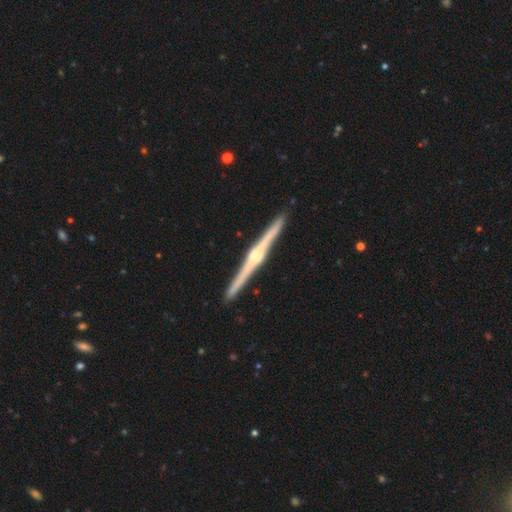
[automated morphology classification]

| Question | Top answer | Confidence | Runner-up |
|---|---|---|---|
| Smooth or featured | featured or disk | 87% | smooth (8%) |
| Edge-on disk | yes | 99% | no (1%) |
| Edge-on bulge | rounded | 74% | boxy (16%) |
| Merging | none | 92% | minor disturbance (5%) |